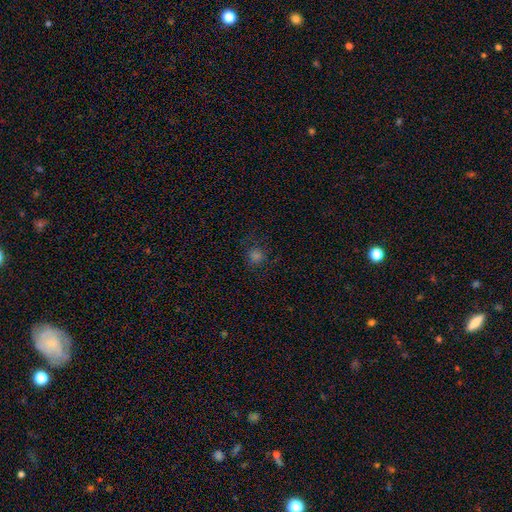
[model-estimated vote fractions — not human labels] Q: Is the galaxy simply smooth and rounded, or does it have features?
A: smooth — 68%.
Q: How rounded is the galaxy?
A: round — 90%.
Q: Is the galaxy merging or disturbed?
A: none — 81%.